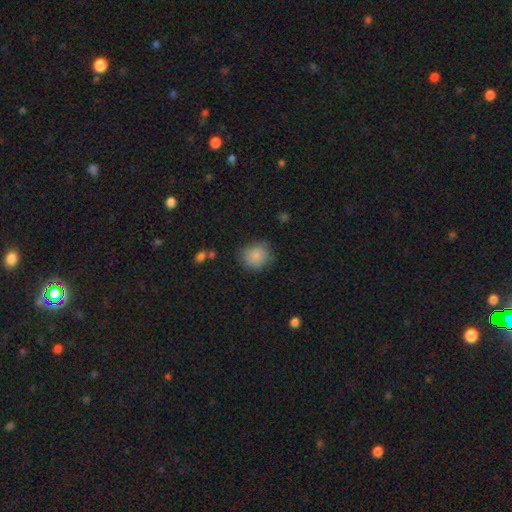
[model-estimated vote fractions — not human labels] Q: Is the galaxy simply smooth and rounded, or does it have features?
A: smooth — 85%.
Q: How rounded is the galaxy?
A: round — 82%.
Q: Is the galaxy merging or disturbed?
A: none — 74%.